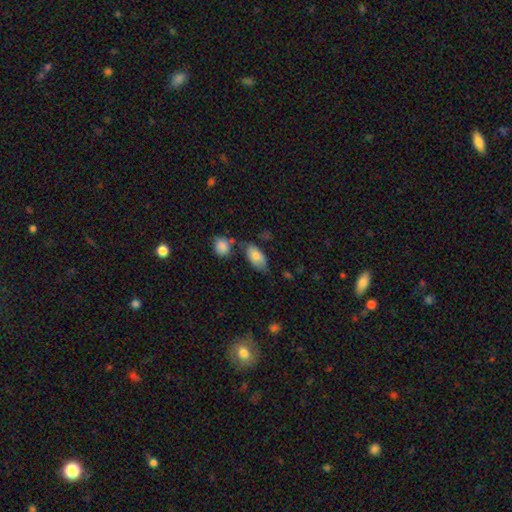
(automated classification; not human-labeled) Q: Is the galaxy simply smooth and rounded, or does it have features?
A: smooth — 79%.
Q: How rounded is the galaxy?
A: in between — 93%.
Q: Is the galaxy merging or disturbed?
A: none — 61%.